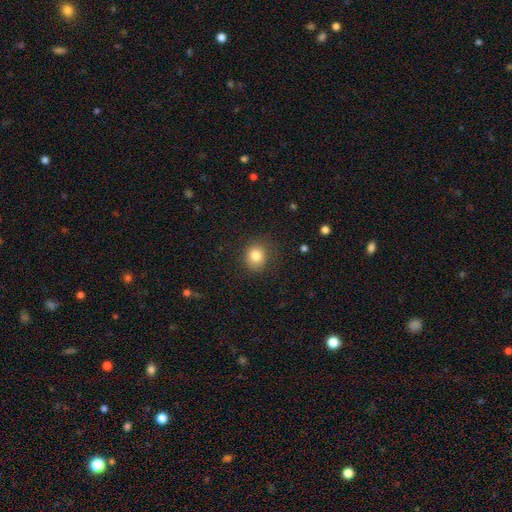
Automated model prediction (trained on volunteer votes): This appears to be a smooth galaxy with no disk features (82%) that is round (71%). Merging: none (79%).